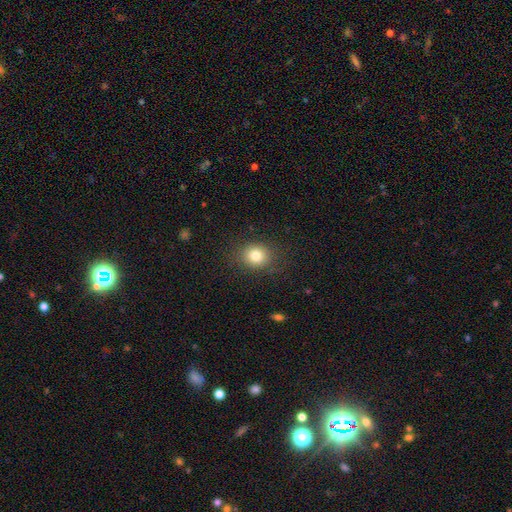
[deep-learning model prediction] This is clearly a smooth galaxy (81%). How rounded: likely round (71%). Merging: clearly none (85%).